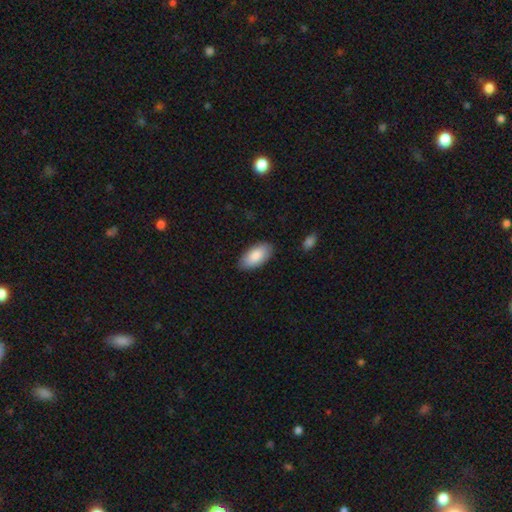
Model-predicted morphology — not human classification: This appears to be a smooth galaxy with no disk features (86%) that is in between round and cigar-shaped (95%). Merging: none (87%).